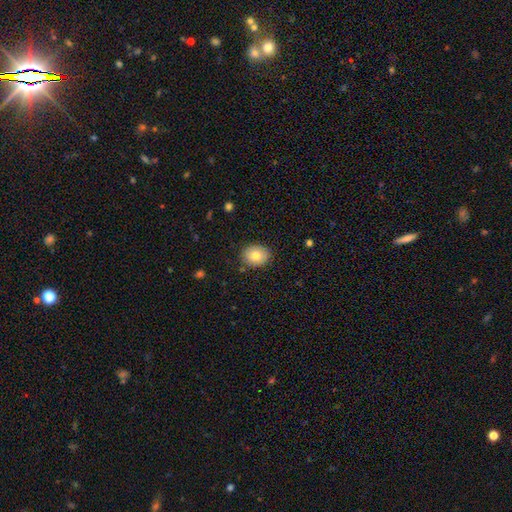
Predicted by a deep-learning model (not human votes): Q: Smooth or featured?
A: smooth (78%); runner-up: featured or disk (14%)
Q: How rounded?
A: round (55%); runner-up: in between (44%)
Q: Merging?
A: none (85%); runner-up: minor disturbance (11%)